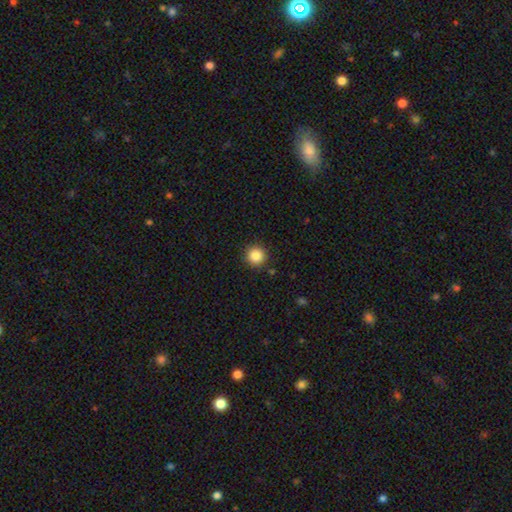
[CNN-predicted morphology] Smooth or featured: smooth — 86% (star or artifact — 10%)
How rounded: round — 95% (in between — 4%)
Merging: none — 91% (minor disturbance — 6%)